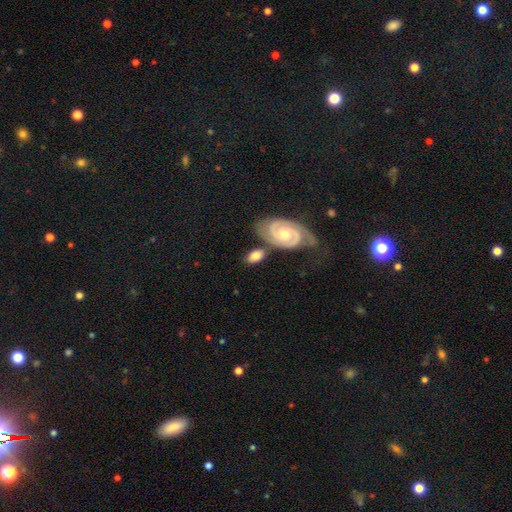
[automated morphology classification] Smooth or featured? smooth (48%)
Merging? none (59%)